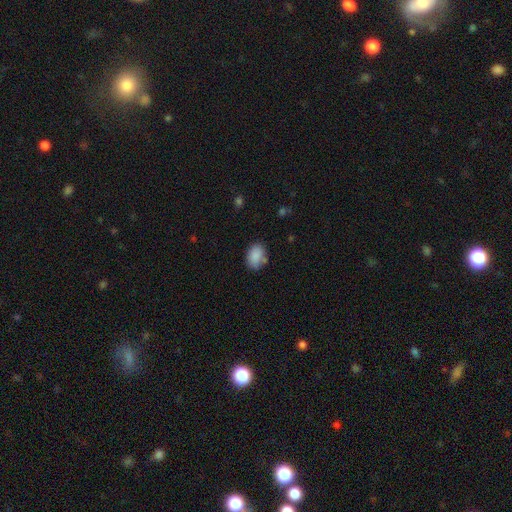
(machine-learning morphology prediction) A smooth galaxy with no disk features (87%) that is in between round and cigar-shaped (79%). Merging: none (72%).